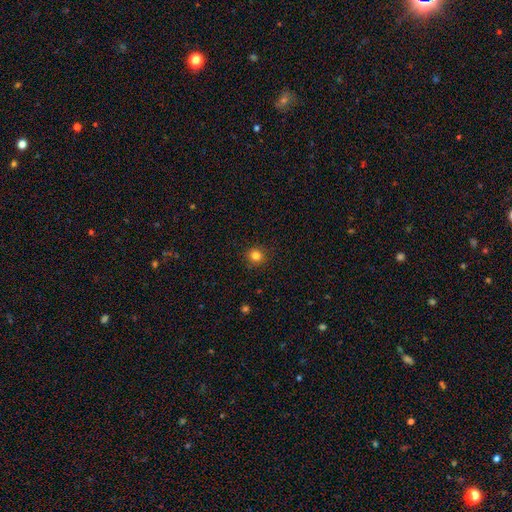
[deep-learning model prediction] smooth-or-featured: smooth: 82% | star or artifact: 13% | featured or disk: 5%
  how-rounded: round: 89% | in between: 10% | cigar-shaped: 1%
  merging: none: 91% | minor disturbance: 6% | major disturbance: 2% | merger: 1%